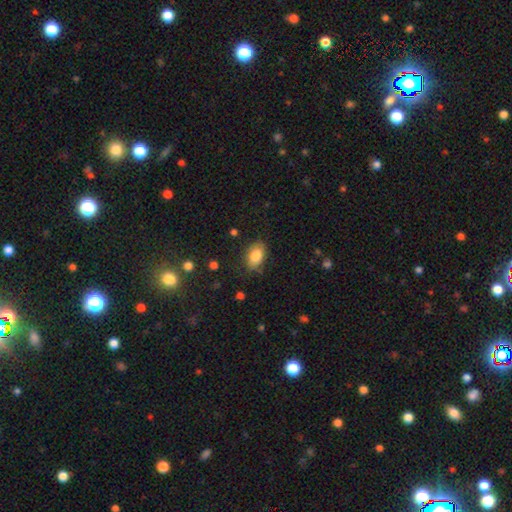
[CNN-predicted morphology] The model was most divided on "merging": none: 81%, minor disturbance: 14%, major disturbance: 3%, merger: 1%. More confident: how rounded — in between (90%); smooth or featured — smooth (83%).